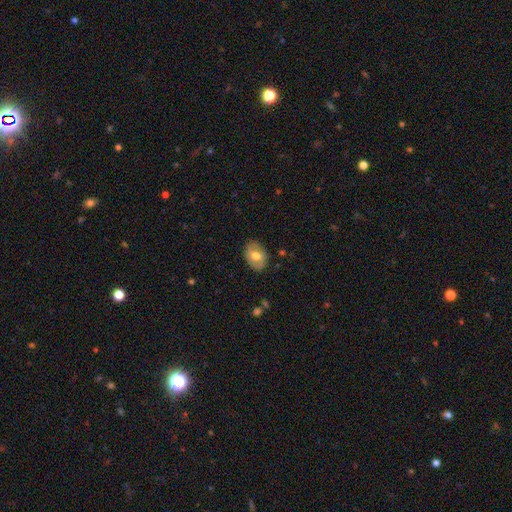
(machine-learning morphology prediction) A smooth galaxy with no disk features (61%) that is in between round and cigar-shaped (74%).

Vote fractions:
- Smooth or featured? smooth: 61% / featured or disk: 32% / star or artifact: 7%
- How rounded? in between: 74% / round: 25% / cigar-shaped: 1%
- Merging? none: 82% / minor disturbance: 13% / major disturbance: 3% / merger: 1%